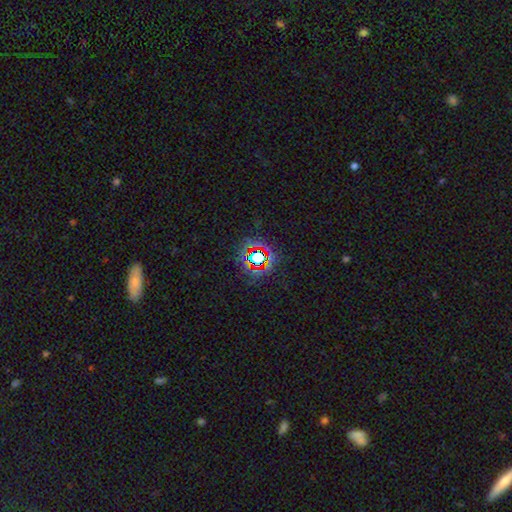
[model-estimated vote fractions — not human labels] This is likely a star or artifact rather than a galaxy (69%).